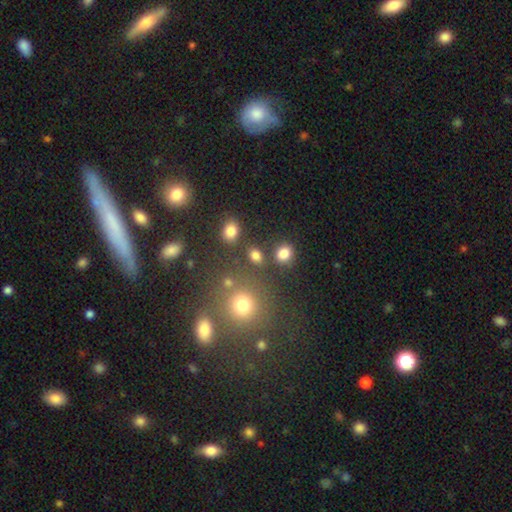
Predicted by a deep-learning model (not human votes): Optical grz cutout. It shows a smooth galaxy with no disk features (78%) that is in between round and cigar-shaped (52%). Merging: none (75%).